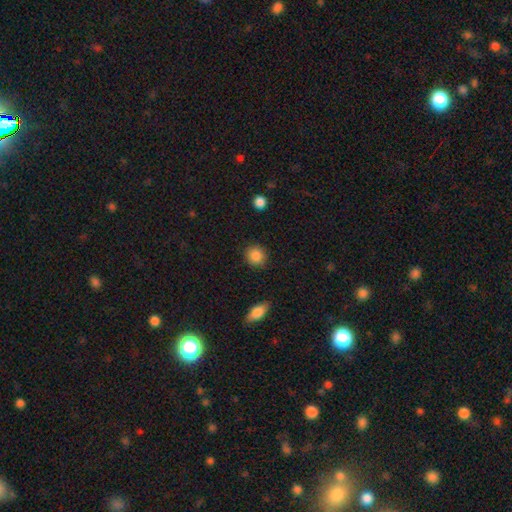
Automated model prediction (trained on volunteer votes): Q: Smooth or featured?
A: smooth (87%); runner-up: star or artifact (8%)
Q: How rounded?
A: round (86%); runner-up: in between (13%)
Q: Merging?
A: none (90%); runner-up: minor disturbance (7%)